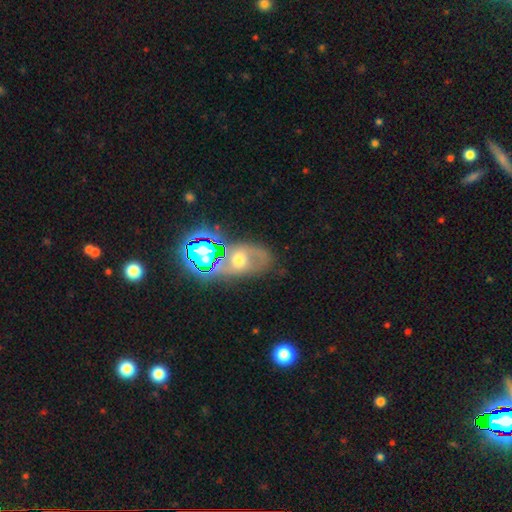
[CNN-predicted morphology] Smooth or featured? Predicted: star or artifact (p=0.41).